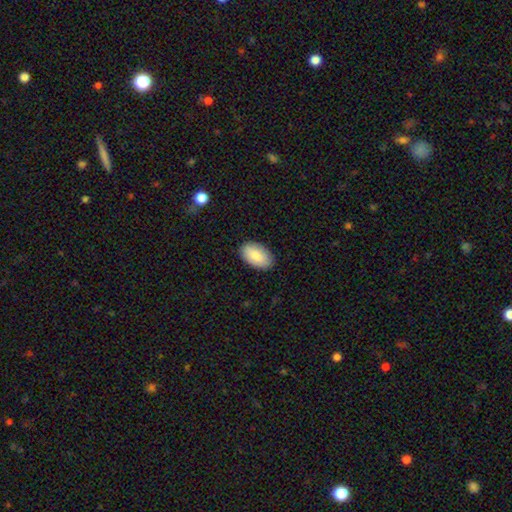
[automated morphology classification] The model was most divided on "smooth or featured": smooth: 85%, featured or disk: 9%, star or artifact: 6%. More confident: how rounded — in between (95%); merging — none (88%).